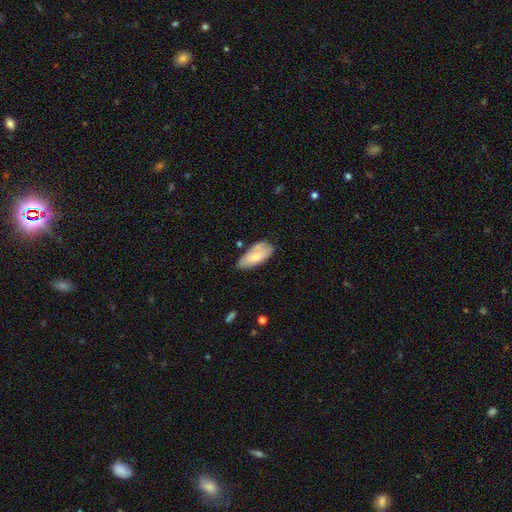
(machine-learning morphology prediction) type=smooth (73%); roundness=in between (90%); merging=none (65%).